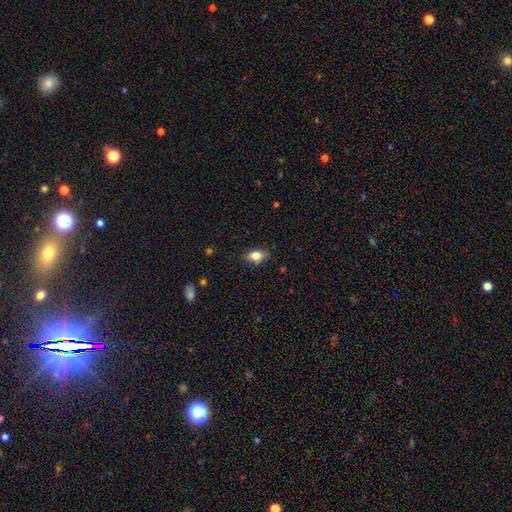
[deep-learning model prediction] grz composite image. It shows a smooth galaxy with no disk features (79%) that is in between round and cigar-shaped (83%). Merging: none (77%).